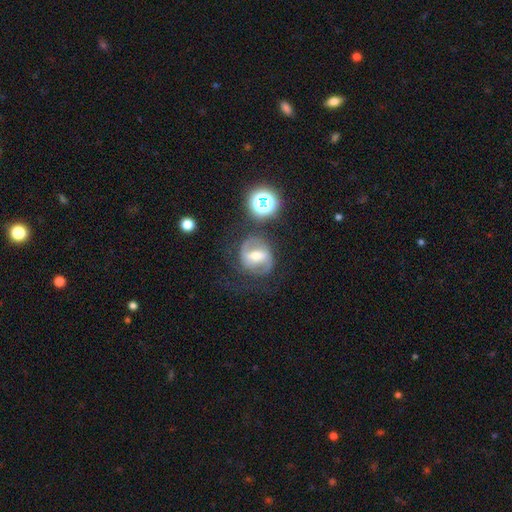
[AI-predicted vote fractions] Overall: featured or disk (76%). Edge-on disk: no (96%). Bar: strong (54%; weak 35%). Spiral arms: yes (87%). Spiral arm count: 2 (85%). Spiral winding: medium (51%; tight 26%). Bulge size: moderate (63%; small 26%). Merging: none (68%).